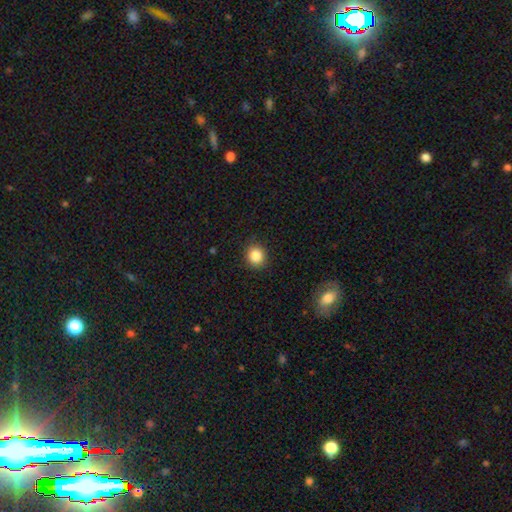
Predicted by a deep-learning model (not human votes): Smooth or featured? Predicted: smooth (p=0.85). How rounded? Predicted: round (p=0.82). Merging? Predicted: none (p=0.89).